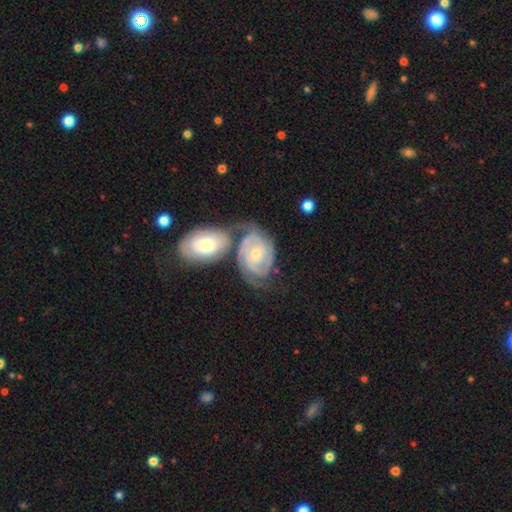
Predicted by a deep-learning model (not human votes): smooth-or-featured: featured or disk: 86% | smooth: 9% | star or artifact: 5%
  disk-edge-on: no: 97% | yes: 3%
    bar: no: 64% | weak: 28% | strong: 8%
    has-spiral-arms: yes: 97% | no: 3%
      spiral-winding: tight: 70% | medium: 25% | loose: 5%
      spiral-arm-count: 2: 58% | 3: 16% | can't tell: 15% | 4: 4% | 1: 3% | more than 4: 3%
    bulge-size: small: 58% | moderate: 37% | large: 2% | none: 2% | dominant: 1%
  merging: none: 43% | merger: 34% | minor disturbance: 15% | major disturbance: 7%